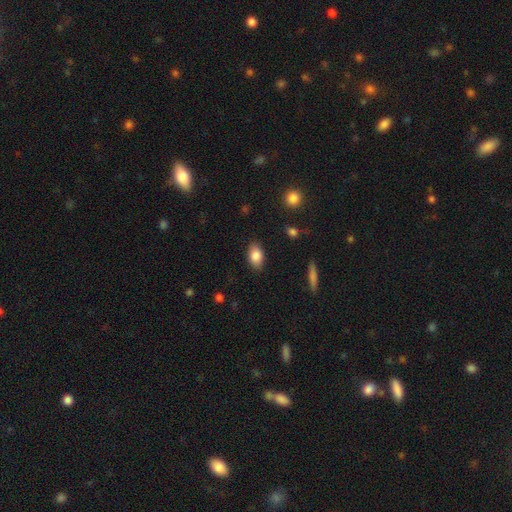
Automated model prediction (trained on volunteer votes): This is clearly a smooth galaxy (85%). How rounded: clearly in between (89%). Merging: clearly none (86%).